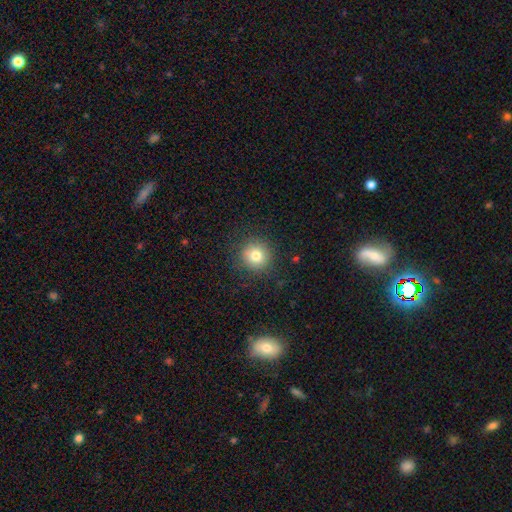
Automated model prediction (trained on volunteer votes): This is likely a smooth galaxy (79%). How rounded: clearly round (93%). Merging: clearly none (88%).